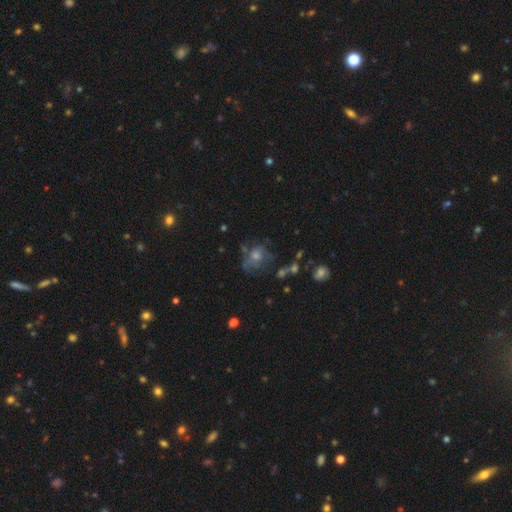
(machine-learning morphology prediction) Smooth or featured?
  - featured or disk: 41% *
  - smooth: 35%
  - star or artifact: 24%
Merging?
  - none: 55% *
  - minor disturbance: 21%
  - major disturbance: 17%
  - merger: 7%